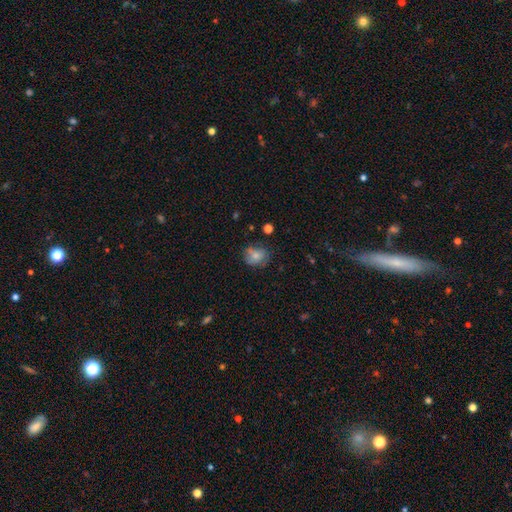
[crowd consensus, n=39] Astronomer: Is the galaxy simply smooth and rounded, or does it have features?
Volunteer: smooth — 77%.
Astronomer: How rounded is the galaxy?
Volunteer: in between — 50% (runner-up: round, 47%).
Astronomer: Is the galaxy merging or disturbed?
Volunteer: none — 69%.